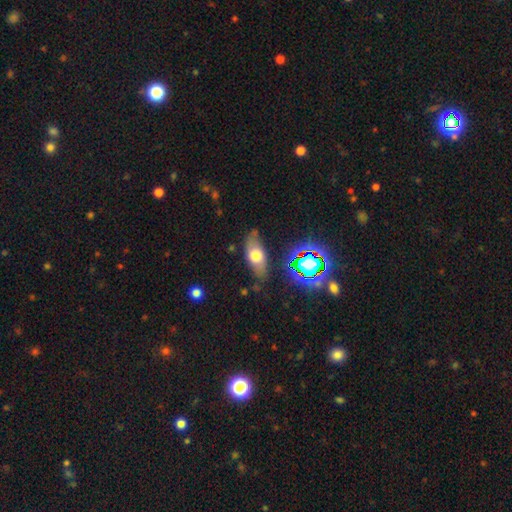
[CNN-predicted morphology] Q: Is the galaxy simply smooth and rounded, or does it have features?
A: smooth — 61%.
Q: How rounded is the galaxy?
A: in between — 82%.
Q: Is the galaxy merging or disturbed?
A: none — 74%.